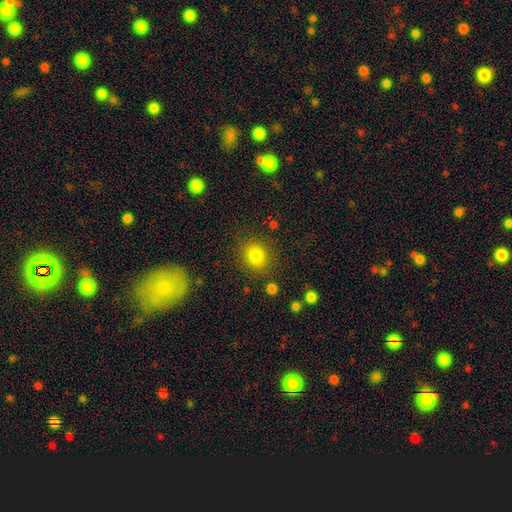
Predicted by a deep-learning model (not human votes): The model was most divided on "how rounded": round: 70%, in between: 29%, cigar-shaped: 1%. More confident: merging — none (84%); smooth or featured — smooth (83%).